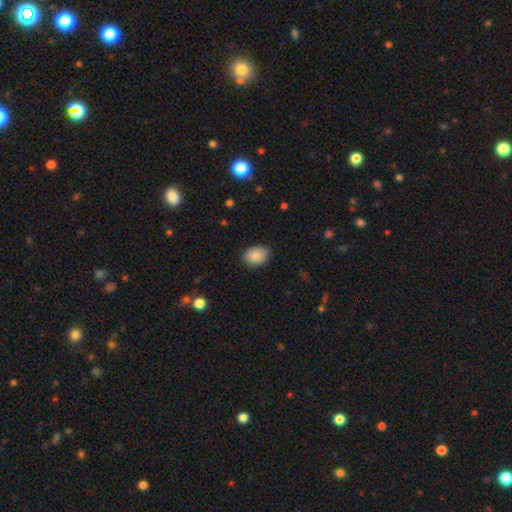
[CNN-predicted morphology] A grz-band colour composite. It shows a smooth galaxy with no disk features (86%) that is in between round and cigar-shaped (69%). Merging: none (86%).